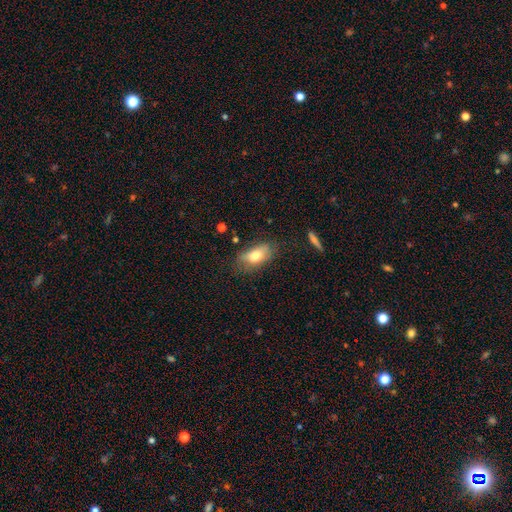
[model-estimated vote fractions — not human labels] Smooth or featured? Predicted: smooth (p=0.73). How rounded? Predicted: in between (p=0.88). Merging? Predicted: none (p=0.65).